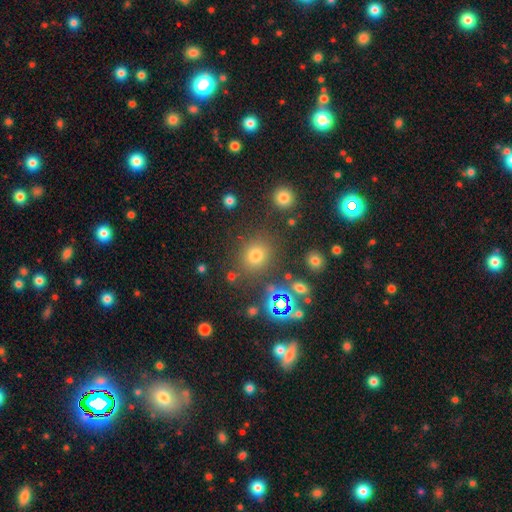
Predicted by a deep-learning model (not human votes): Q: Smooth or featured?
A: smooth (65%); runner-up: star or artifact (27%)
Q: How rounded?
A: round (81%); runner-up: in between (17%)
Q: Merging?
A: none (82%); runner-up: minor disturbance (9%)